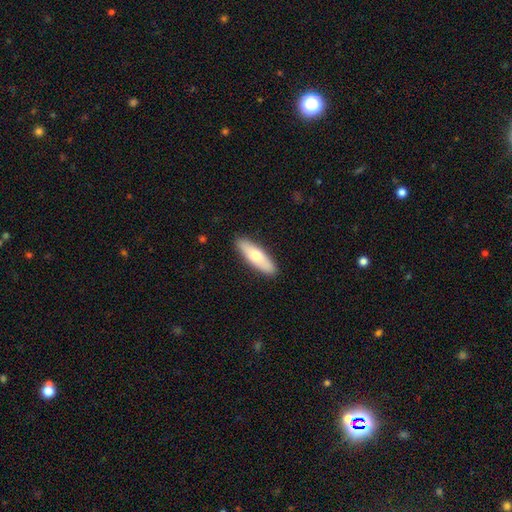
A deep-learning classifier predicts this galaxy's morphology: A smooth galaxy with no disk features (64%) that is cigar-shaped (55%). Merging: none (90%).